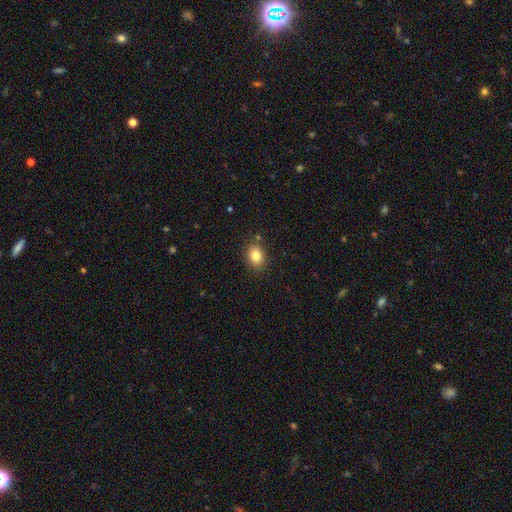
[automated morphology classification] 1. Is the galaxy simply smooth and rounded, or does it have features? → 83% smooth, 10% star or artifact, 7% featured or disk.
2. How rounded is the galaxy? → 62% in between, 37% round, 1% cigar-shaped.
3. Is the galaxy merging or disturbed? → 85% none, 10% minor disturbance, 3% merger, 3% major disturbance.